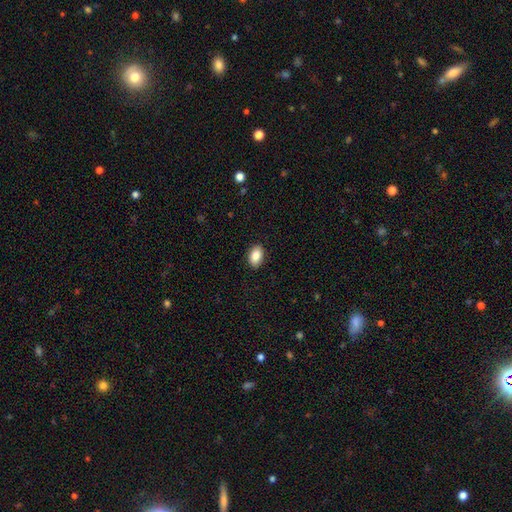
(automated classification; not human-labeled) This appears to be a smooth galaxy with no disk features (86%) that is in between round and cigar-shaped (89%). Merging: none (89%).